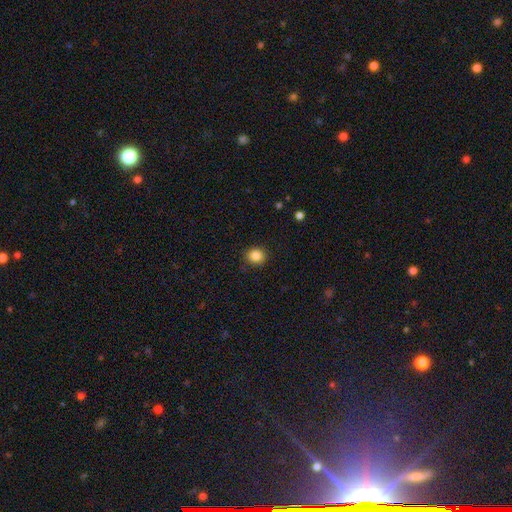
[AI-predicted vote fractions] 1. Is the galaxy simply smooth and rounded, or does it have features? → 85% smooth, 11% star or artifact, 4% featured or disk.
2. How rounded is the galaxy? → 83% round, 16% in between, 1% cigar-shaped.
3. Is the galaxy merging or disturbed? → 89% none, 8% minor disturbance, 2% major disturbance, 1% merger.